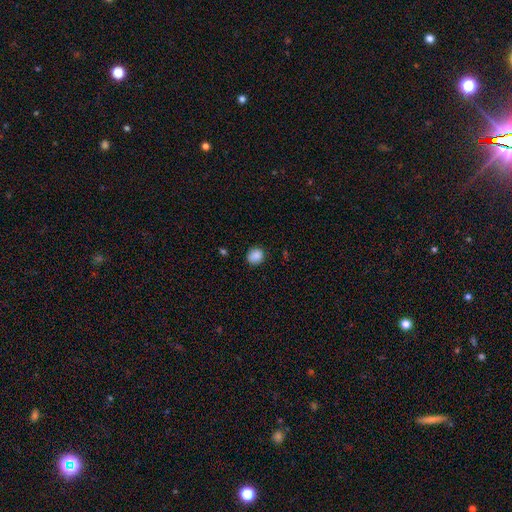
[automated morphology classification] Smooth or featured? Predicted: smooth (p=0.88). How rounded? Predicted: round (p=0.78). Merging? Predicted: none (p=0.84).